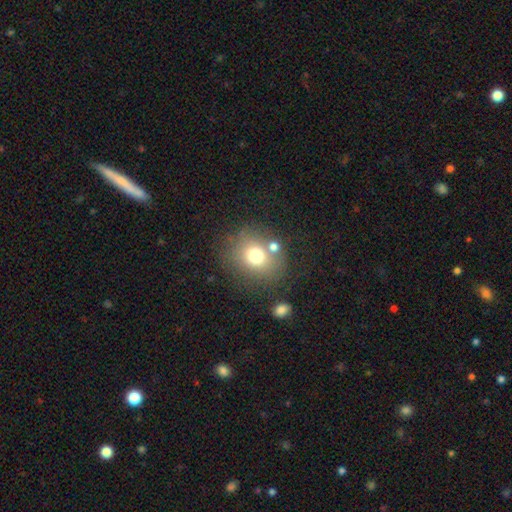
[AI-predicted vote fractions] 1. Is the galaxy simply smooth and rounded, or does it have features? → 72% smooth, 15% featured or disk, 13% star or artifact.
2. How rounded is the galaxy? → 72% round, 27% in between, 1% cigar-shaped.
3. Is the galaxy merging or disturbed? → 67% none, 13% merger, 13% minor disturbance, 6% major disturbance.